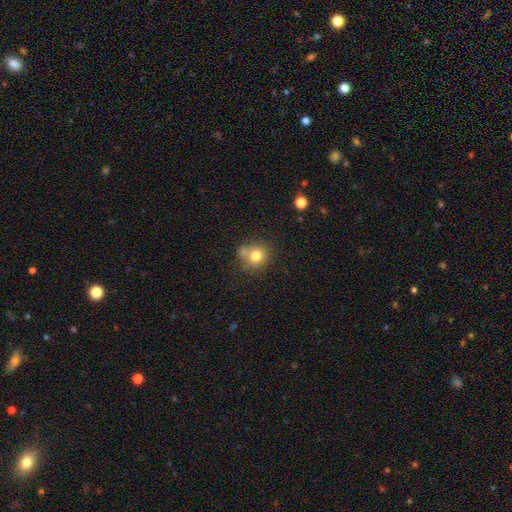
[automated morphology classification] Smooth or featured? smooth (78%)
How rounded? round (82%)
Merging? none (57%)